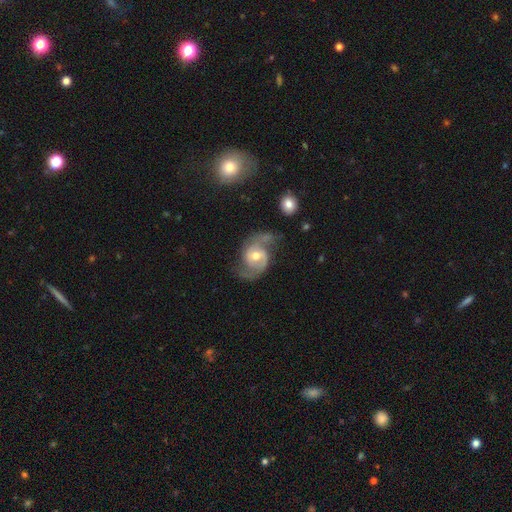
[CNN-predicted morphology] Smooth or featured: featured or disk — 88% (smooth — 7%)
Edge-on disk: no — 98% (yes — 2%)
Bar: no — 47% (weak — 42%)
Spiral arms: yes — 96% (no — 4%)
Spiral winding: medium — 54% (loose — 27%)
Spiral arm count: 2 — 91% (can't tell — 3%)
Bulge size: moderate — 70% (small — 22%)
Merging: none — 64% (minor disturbance — 19%)